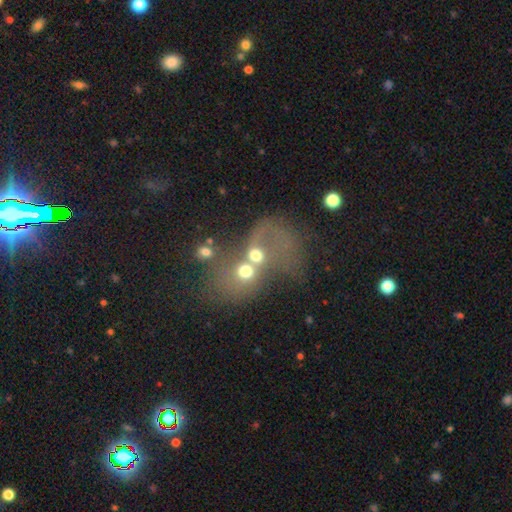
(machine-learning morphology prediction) Smooth or featured: smooth — 51% (featured or disk — 32%)
How rounded: round — 57% (in between — 41%)
Merging: merger — 71% (major disturbance — 12%)